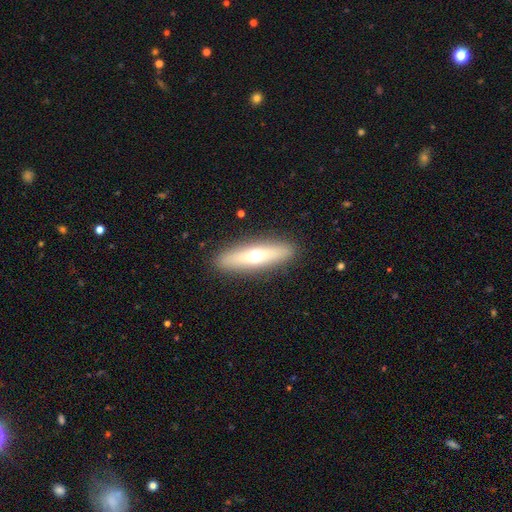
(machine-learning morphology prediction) A smooth galaxy with no disk features (52%) that is cigar-shaped (68%). Merging: none (90%).